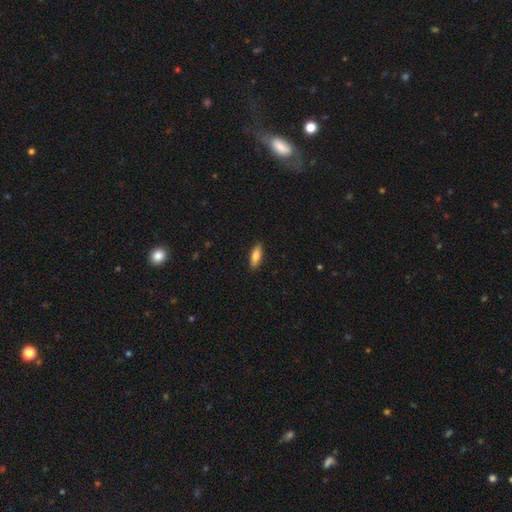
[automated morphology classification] Smooth or featured: smooth — 81% (featured or disk — 13%)
How rounded: in between — 63% (cigar-shaped — 35%)
Merging: none — 88% (minor disturbance — 9%)